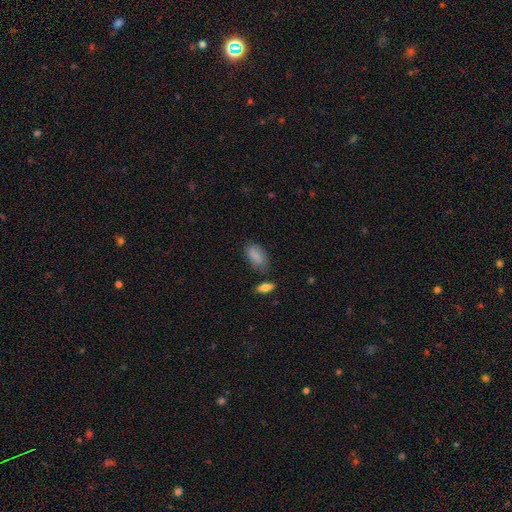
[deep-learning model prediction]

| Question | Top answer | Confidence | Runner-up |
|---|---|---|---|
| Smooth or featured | smooth | 83% | featured or disk (9%) |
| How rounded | in between | 91% | cigar-shaped (5%) |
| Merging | none | 69% | minor disturbance (20%) |